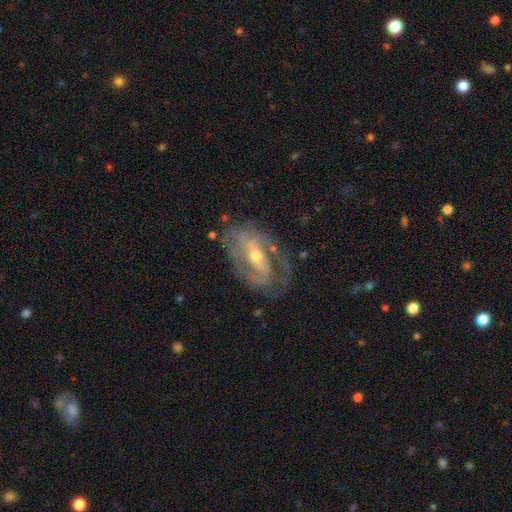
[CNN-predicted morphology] type=featured or disk (85%); edge-on=no (94%); bar=strong (38%); spiral arms=yes (87%); winding=medium (42%); arm count=2 (59%); bulge=moderate (51%); merging=none (60%).